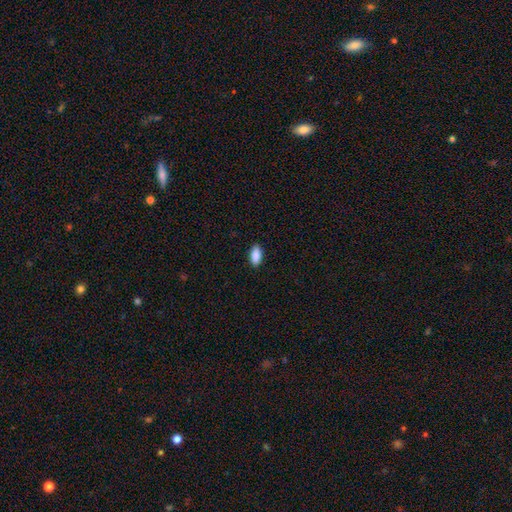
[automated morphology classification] The model was most divided on "how rounded": in between: 89%, cigar-shaped: 9%, round: 2%. More confident: merging — none (90%); smooth or featured — smooth (87%).